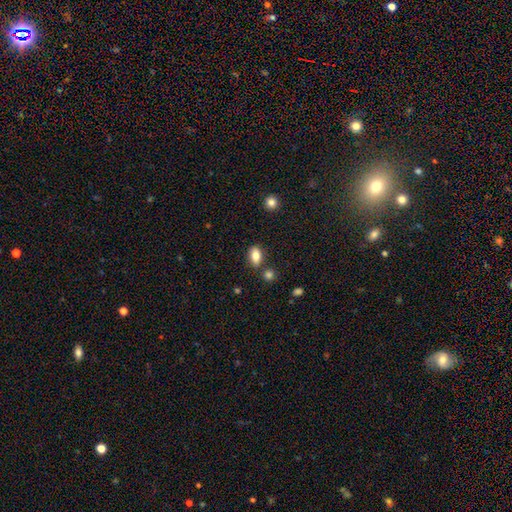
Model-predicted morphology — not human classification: smooth 82%, featured or disk 10%, star or artifact 8%. Down the decision tree: how rounded — in between (87%); merging — none (78%).